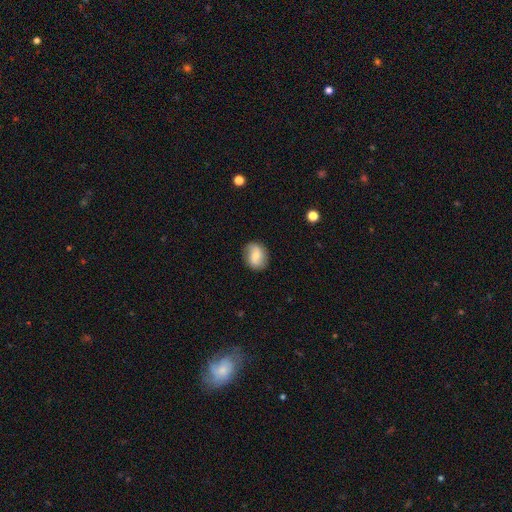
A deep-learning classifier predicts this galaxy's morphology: Smooth or featured? Predicted: smooth (p=0.55). How rounded? Predicted: round (p=0.58). Merging? Predicted: none (p=0.83).